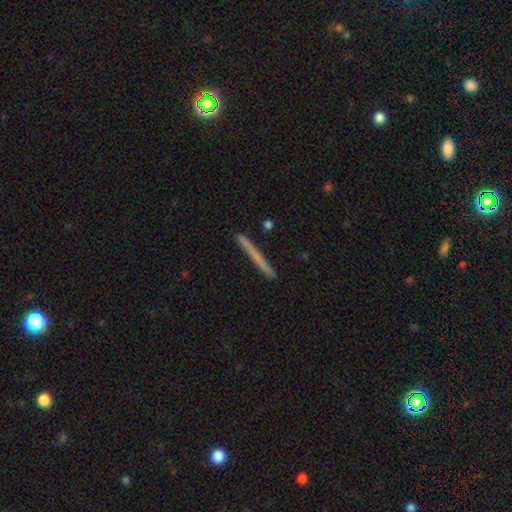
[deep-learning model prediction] Smooth or featured: smooth — 54% (featured or disk — 40%)
How rounded: cigar-shaped — 97% (in between — 2%)
Merging: none — 91% (minor disturbance — 6%)